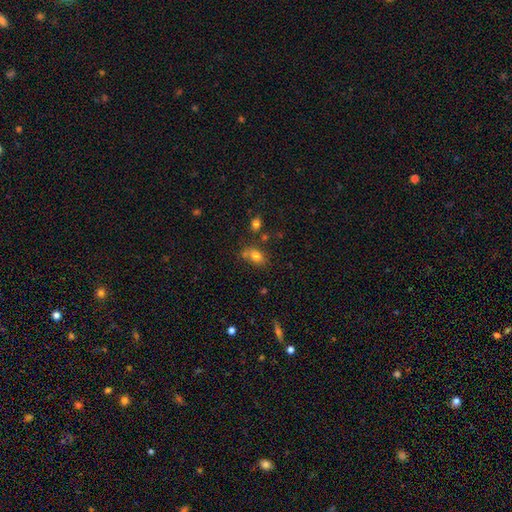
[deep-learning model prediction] Smooth or featured?
  - smooth: 79% *
  - star or artifact: 12%
  - featured or disk: 10%
How rounded?
  - in between: 72% *
  - round: 27%
  - cigar-shaped: 2%
Merging?
  - none: 60% *
  - minor disturbance: 18%
  - merger: 17%
  - major disturbance: 6%